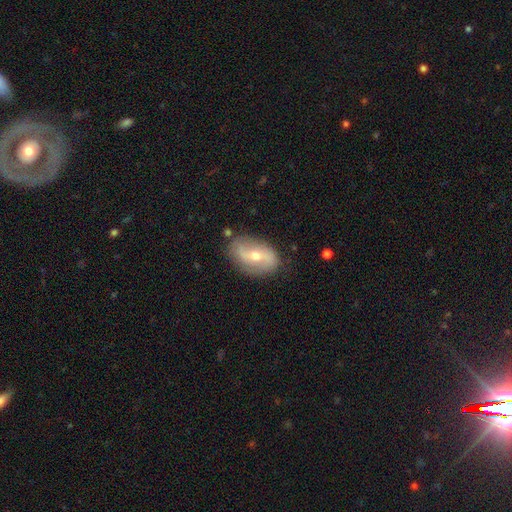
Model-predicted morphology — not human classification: This appears to be a featured or disk galaxy (70%) with a weak bar (37%), 2 (88%) loose (60%) spiral arms (79%) and a moderate central bulge (56%). Merging: none (80%).